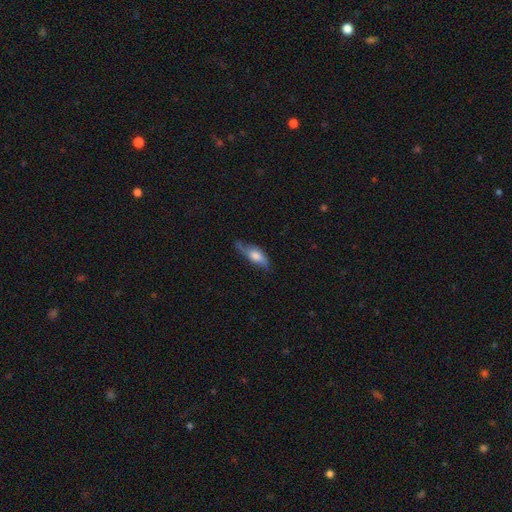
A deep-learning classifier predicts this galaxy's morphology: Q: Smooth or featured?
A: smooth (56%); runner-up: featured or disk (37%)
Q: How rounded?
A: in between (69%); runner-up: cigar-shaped (28%)
Q: Merging?
A: none (51%); runner-up: minor disturbance (34%)